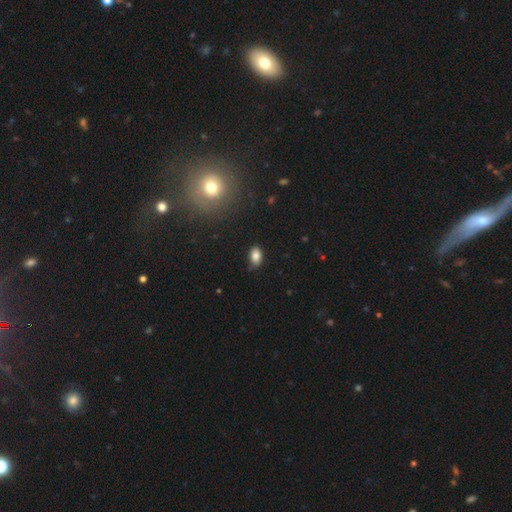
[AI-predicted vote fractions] smooth_or_featured: smooth (p=0.83) [alt: star or artifact p=0.10]
how_rounded: in between (p=0.89) [alt: round p=0.10]
merging: none (p=0.78) [alt: minor disturbance p=0.18]